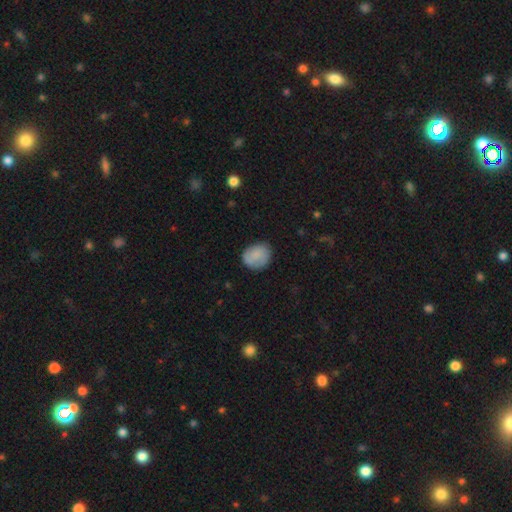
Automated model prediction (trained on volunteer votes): Smooth or featured: smooth — 81% (featured or disk — 12%)
How rounded: round — 64% (in between — 35%)
Merging: none — 76% (minor disturbance — 18%)